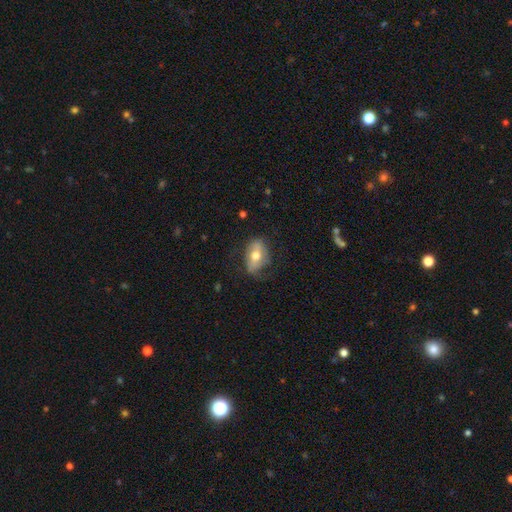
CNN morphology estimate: Overall: smooth (52%; featured or disk 41%). How rounded: in between (86%). Merging: none (62%; minor disturbance 25%).